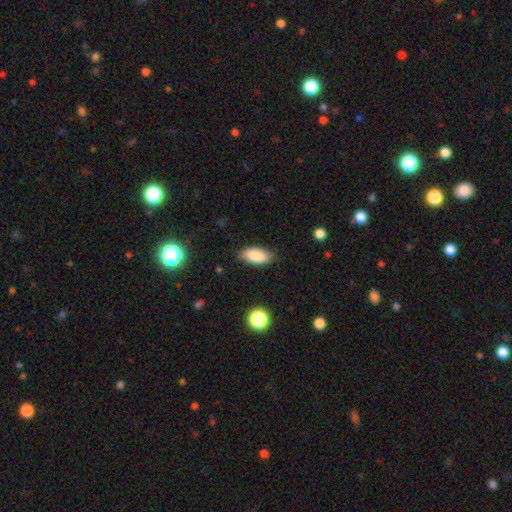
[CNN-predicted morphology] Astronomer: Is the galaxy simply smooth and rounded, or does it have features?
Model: smooth — 85%.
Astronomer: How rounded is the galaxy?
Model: in between — 84%.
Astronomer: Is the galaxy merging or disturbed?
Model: none — 85%.